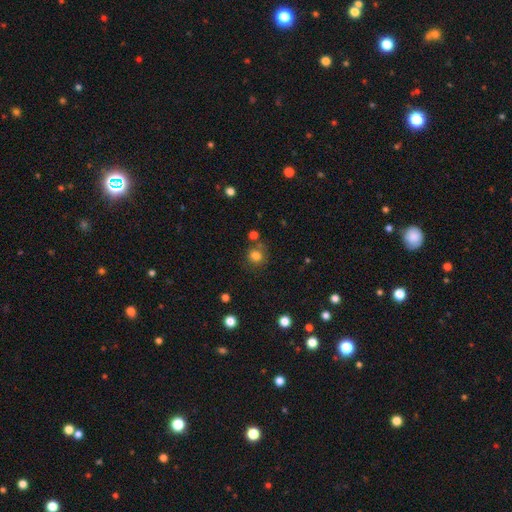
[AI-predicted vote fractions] smooth_or_featured: smooth (p=0.79) [alt: star or artifact p=0.14]
how_rounded: round (p=0.87) [alt: in between p=0.12]
merging: none (p=0.73) [alt: minor disturbance p=0.12]